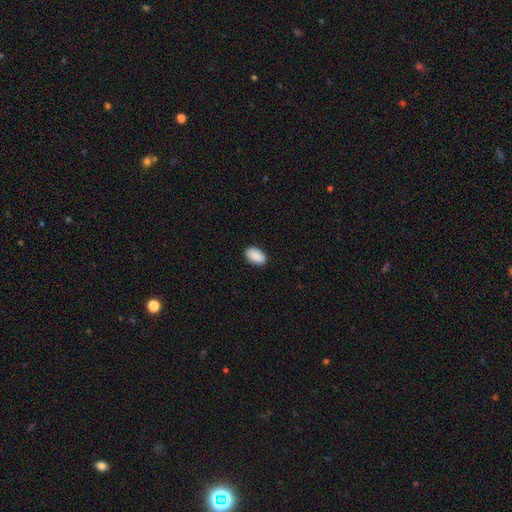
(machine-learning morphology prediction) This appears to be a smooth galaxy with no disk features (91%) that is in between round and cigar-shaped (95%). Merging: none (89%).